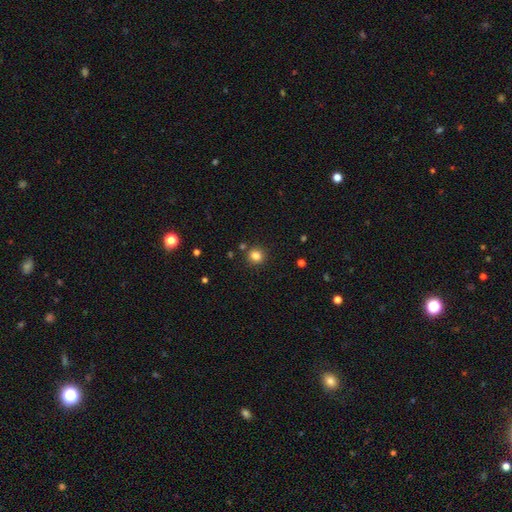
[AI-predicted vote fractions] smooth-or-featured: smooth: 82% | star or artifact: 13% | featured or disk: 5%
  how-rounded: round: 87% | in between: 12% | cigar-shaped: 1%
  merging: none: 86% | minor disturbance: 7% | merger: 4% | major disturbance: 2%